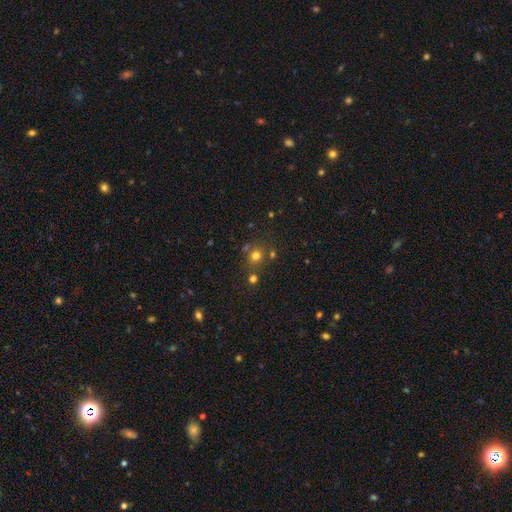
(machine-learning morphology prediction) Q: Smooth or featured?
A: smooth (71%); runner-up: star or artifact (20%)
Q: How rounded?
A: round (79%); runner-up: in between (20%)
Q: Merging?
A: none (69%); runner-up: merger (17%)